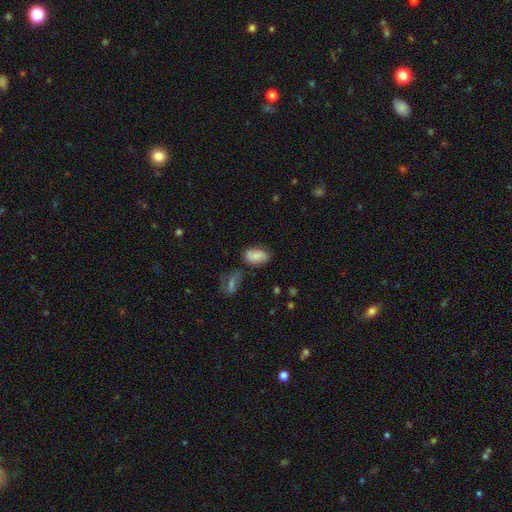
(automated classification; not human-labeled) Q: Smooth or featured?
A: smooth (65%); runner-up: featured or disk (25%)
Q: How rounded?
A: in between (89%); runner-up: round (9%)
Q: Merging?
A: none (58%); runner-up: minor disturbance (26%)